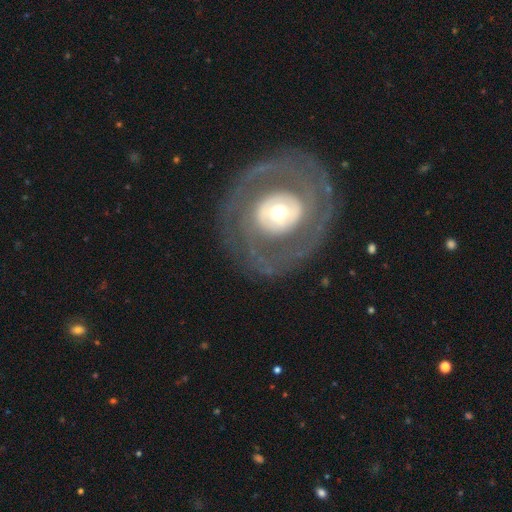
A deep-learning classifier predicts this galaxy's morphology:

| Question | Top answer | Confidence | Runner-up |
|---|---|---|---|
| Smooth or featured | featured or disk | 75% | smooth (19%) |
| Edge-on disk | no | 96% | yes (4%) |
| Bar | no | 66% | weak (22%) |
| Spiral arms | yes | 56% | no (44%) |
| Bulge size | moderate | 49% | small (30%) |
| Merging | none | 80% | minor disturbance (11%) |